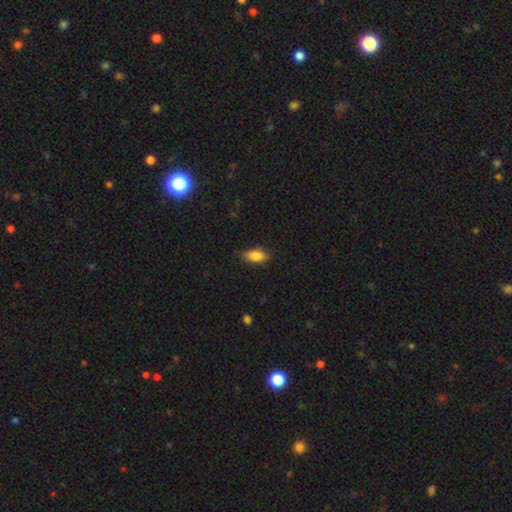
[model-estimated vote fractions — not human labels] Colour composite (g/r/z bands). It shows a smooth galaxy with no disk features (84%) that is in between round and cigar-shaped (85%). Merging: none (81%).